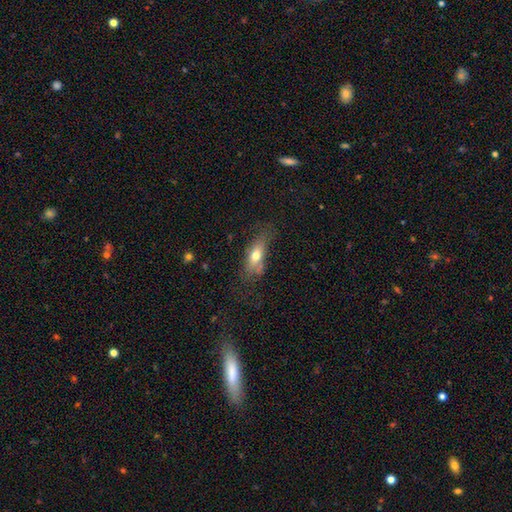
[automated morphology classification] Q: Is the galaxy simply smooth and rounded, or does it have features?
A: smooth — 66%.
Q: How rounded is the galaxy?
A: in between — 73%.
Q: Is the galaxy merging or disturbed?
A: none — 52%.